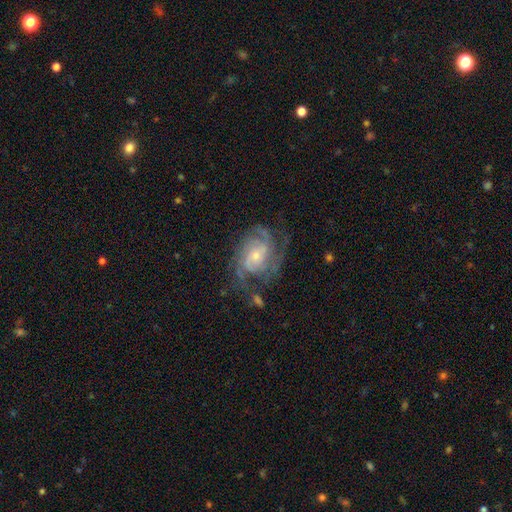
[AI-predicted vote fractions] smooth-or-featured: featured or disk: 84% | smooth: 10% | star or artifact: 7%
  disk-edge-on: no: 97% | yes: 3%
    bar: no: 63% | weak: 31% | strong: 6%
    has-spiral-arms: yes: 94% | no: 6%
      spiral-winding: tight: 50% | medium: 38% | loose: 11%
      spiral-arm-count: can't tell: 30% | 3: 24% | 2: 24% | 4: 10% | 1: 6% | more than 4: 6%
    bulge-size: small: 60% | moderate: 34% | large: 3% | none: 2% | dominant: 1%
  merging: none: 62% | minor disturbance: 20% | major disturbance: 16% | merger: 3%